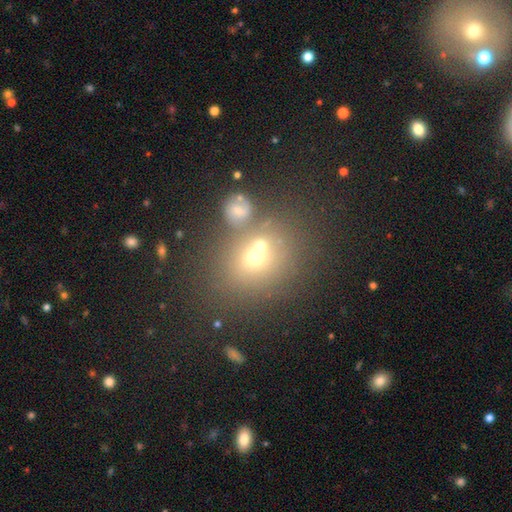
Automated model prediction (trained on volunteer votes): Smooth or featured: smooth — 55% (star or artifact — 27%)
How rounded: round — 61% (in between — 38%)
Merging: none — 49% (merger — 35%)